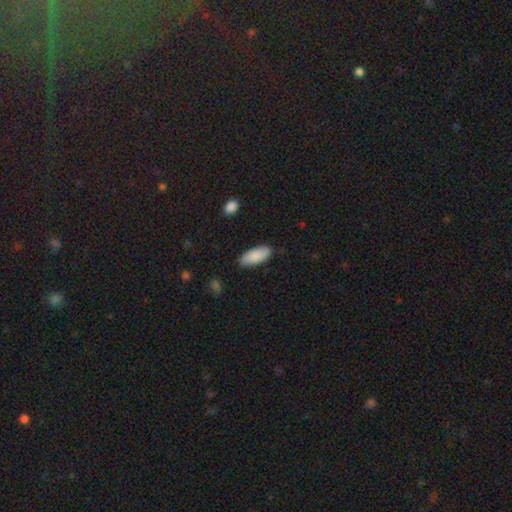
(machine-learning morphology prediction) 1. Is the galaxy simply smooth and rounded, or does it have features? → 88% smooth, 7% featured or disk, 5% star or artifact.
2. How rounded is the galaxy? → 83% in between, 16% cigar-shaped, 2% round.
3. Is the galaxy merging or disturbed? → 84% none, 12% minor disturbance, 2% major disturbance, 1% merger.